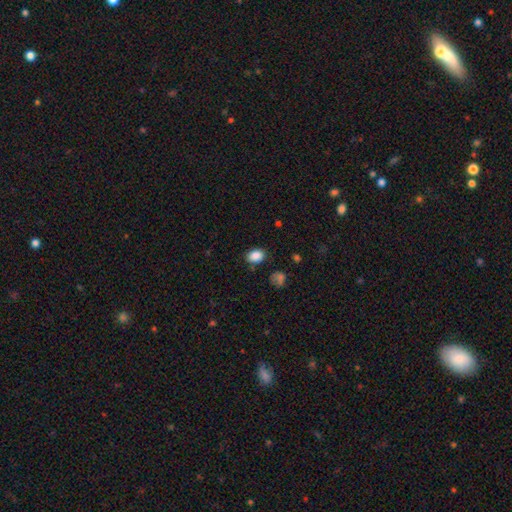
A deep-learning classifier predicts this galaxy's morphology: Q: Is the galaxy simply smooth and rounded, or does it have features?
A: smooth — 87%.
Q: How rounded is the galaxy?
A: in between — 71%.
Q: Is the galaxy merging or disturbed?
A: none — 79%.